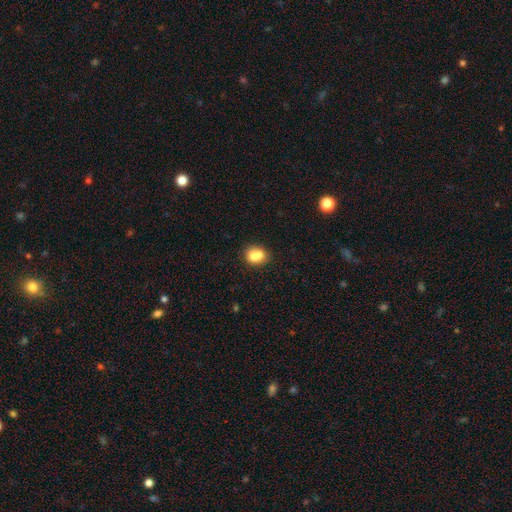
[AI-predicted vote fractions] Overall: smooth (76%). How rounded: round (59%; in between 40%). Merging: none (43%; merger 41%).